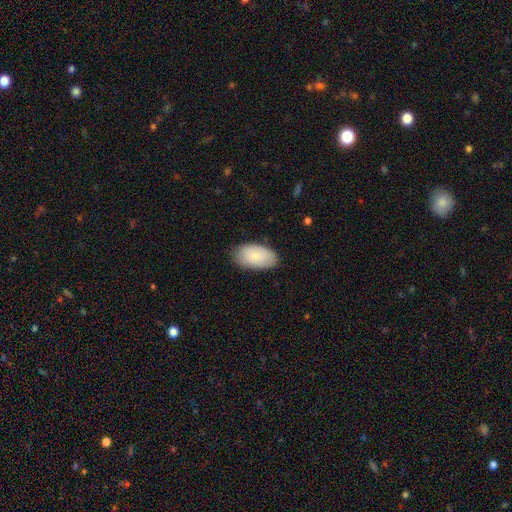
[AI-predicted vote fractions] smooth-or-featured: smooth: 82% | featured or disk: 12% | star or artifact: 6%
  how-rounded: in between: 95% | round: 3% | cigar-shaped: 1%
  merging: none: 81% | minor disturbance: 15% | major disturbance: 3% | merger: 1%